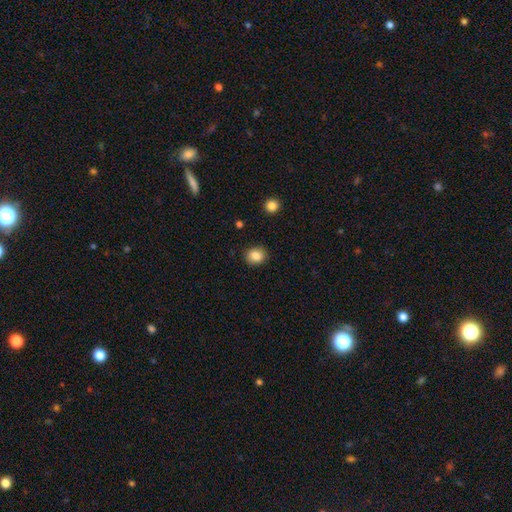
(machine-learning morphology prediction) Smooth or featured? Predicted: smooth (p=0.86). How rounded? Predicted: round (p=0.72). Merging? Predicted: none (p=0.89).